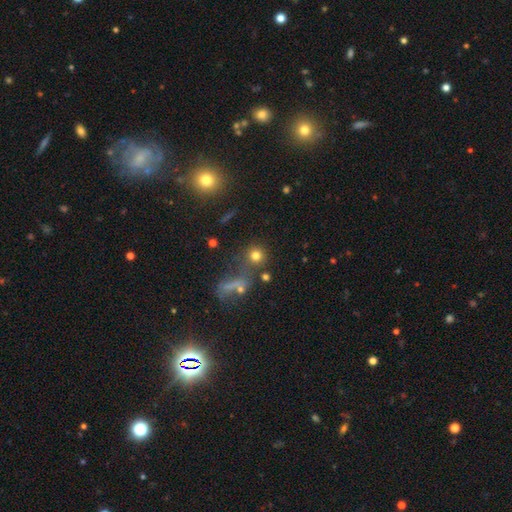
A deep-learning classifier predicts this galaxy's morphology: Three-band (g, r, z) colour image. It shows a smooth galaxy with no disk features (75%) that is round (88%). Merging: none (64%).